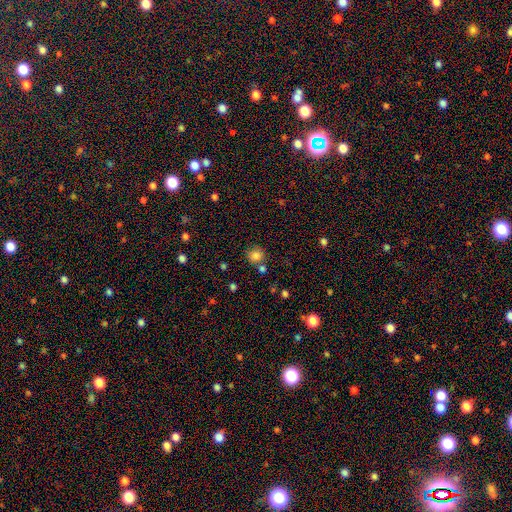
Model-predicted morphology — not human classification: A smooth galaxy with no disk features (83%) that is round (88%).

Vote fractions:
- Smooth or featured? smooth: 83% / star or artifact: 12% / featured or disk: 5%
- How rounded? round: 88% / in between: 11% / cigar-shaped: 1%
- Merging? none: 75% / minor disturbance: 11% / merger: 11% / major disturbance: 4%